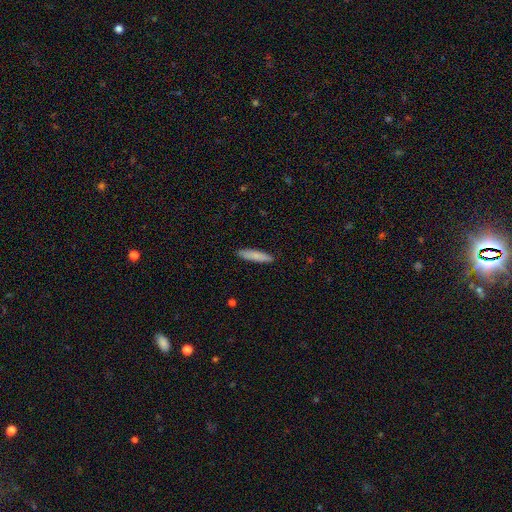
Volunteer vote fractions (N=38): This is clearly a smooth galaxy (89%). How rounded: clearly cigar-shaped (88%). Merging: clearly none (97%).